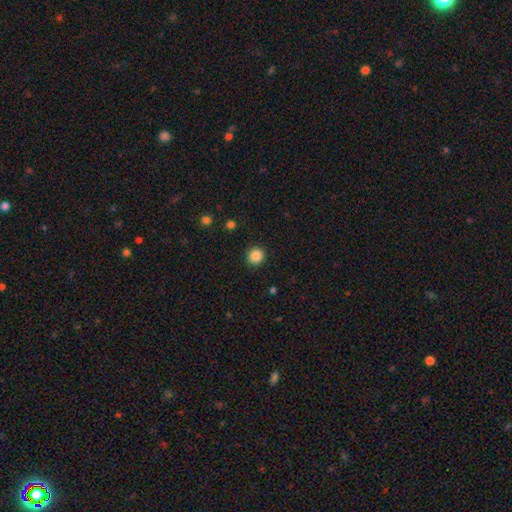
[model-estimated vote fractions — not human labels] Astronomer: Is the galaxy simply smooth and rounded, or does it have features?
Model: smooth — 86%.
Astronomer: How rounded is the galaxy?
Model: round — 93%.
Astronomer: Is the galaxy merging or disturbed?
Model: none — 91%.